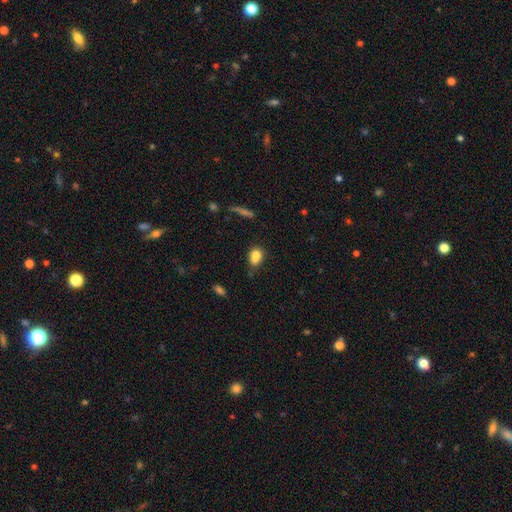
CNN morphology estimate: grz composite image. It shows a smooth galaxy with no disk features (80%) that is in between round and cigar-shaped (68%). Merging: none (46%).